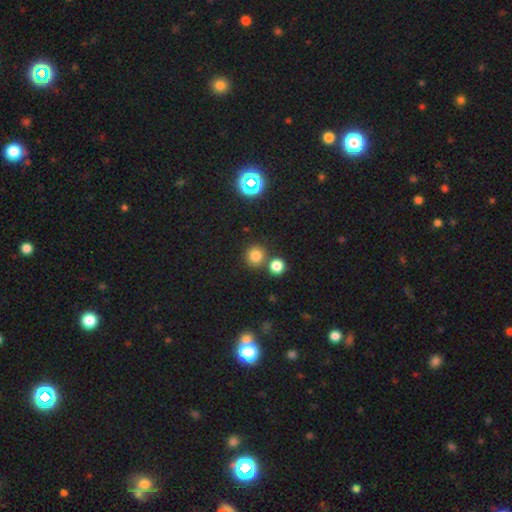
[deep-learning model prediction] Smooth or featured: smooth — 76% (star or artifact — 18%)
How rounded: round — 91% (in between — 8%)
Merging: none — 74% (merger — 16%)